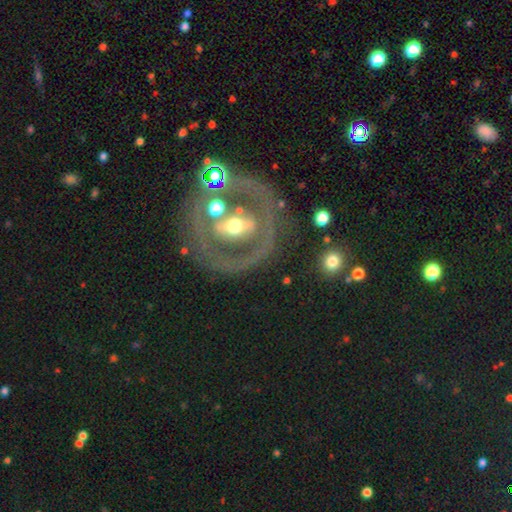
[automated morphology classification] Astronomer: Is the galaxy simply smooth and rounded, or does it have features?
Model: featured or disk — 68%.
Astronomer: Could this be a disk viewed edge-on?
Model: no — 93%.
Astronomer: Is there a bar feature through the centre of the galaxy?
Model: no — 45% (runner-up: weak, 30%).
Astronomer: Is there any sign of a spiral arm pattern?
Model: no — 51% (runner-up: yes, 49%).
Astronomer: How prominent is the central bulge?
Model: moderate — 60%.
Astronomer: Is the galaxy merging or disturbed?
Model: none — 68%.